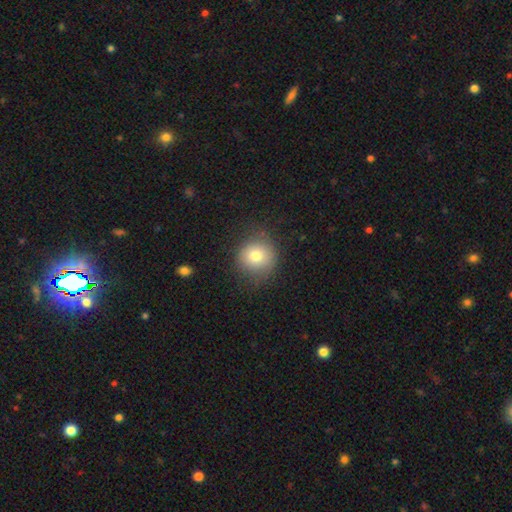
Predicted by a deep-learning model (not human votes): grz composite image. It shows a smooth galaxy with no disk features (76%) that is round (91%). Merging: none (78%).